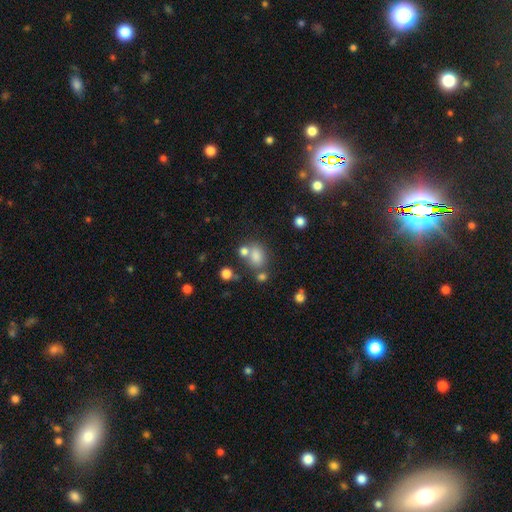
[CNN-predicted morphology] Smooth or featured? smooth (75%)
How rounded? in between (60%)
Merging? none (53%)